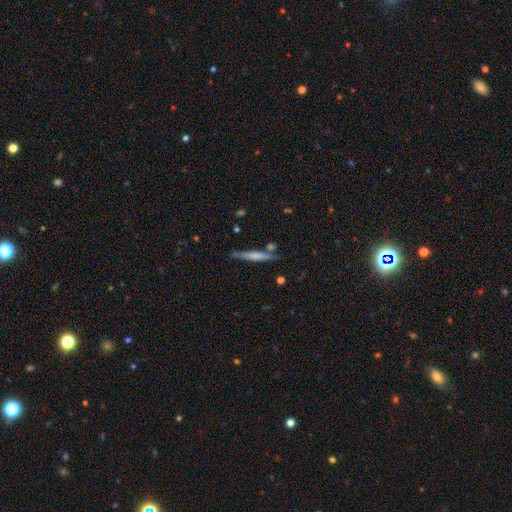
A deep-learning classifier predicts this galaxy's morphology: The model was most divided on "smooth or featured": smooth: 51%, featured or disk: 43%, star or artifact: 6%. More confident: how rounded — cigar-shaped (94%); merging — none (78%).